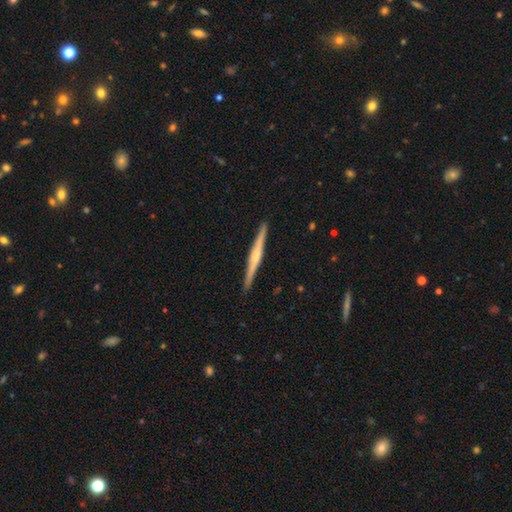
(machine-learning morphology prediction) A featured or disk galaxy (75%) viewed edge-on (98%) with a rounded central bulge (74%). Merging: none (92%).